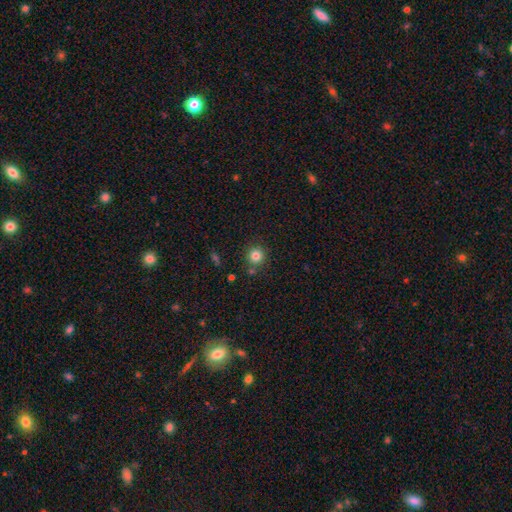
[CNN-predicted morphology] Smooth or featured: smooth — 82% (star or artifact — 12%)
How rounded: round — 93% (in between — 6%)
Merging: none — 81% (minor disturbance — 9%)